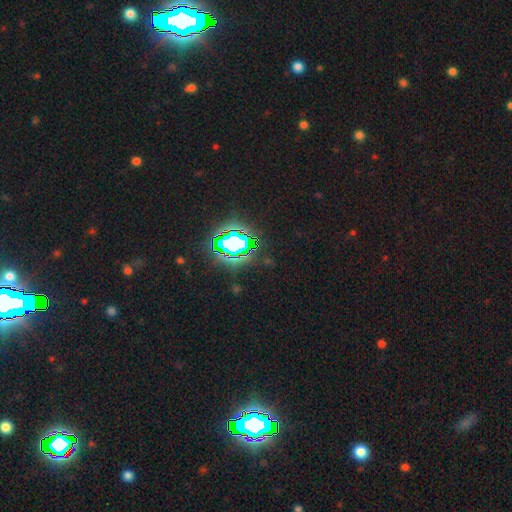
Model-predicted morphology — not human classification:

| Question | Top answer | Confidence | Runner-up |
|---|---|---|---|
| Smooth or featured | star or artifact | 83% | smooth (11%) |